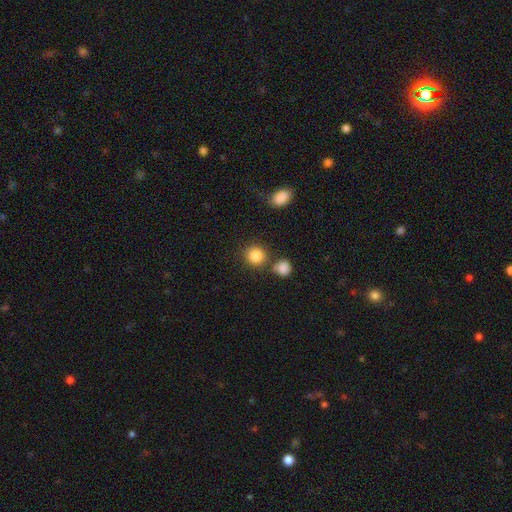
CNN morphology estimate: Q: Smooth or featured?
A: smooth (85%); runner-up: star or artifact (10%)
Q: How rounded?
A: round (87%); runner-up: in between (12%)
Q: Merging?
A: none (74%); runner-up: merger (14%)